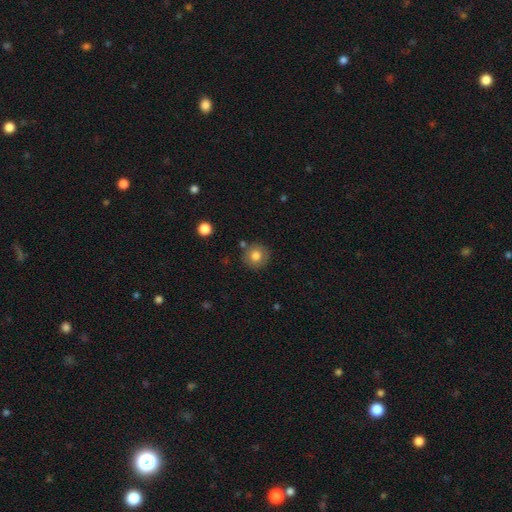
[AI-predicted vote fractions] Morphology: type=smooth (78%); roundness=round (93%); merging=none (84%).